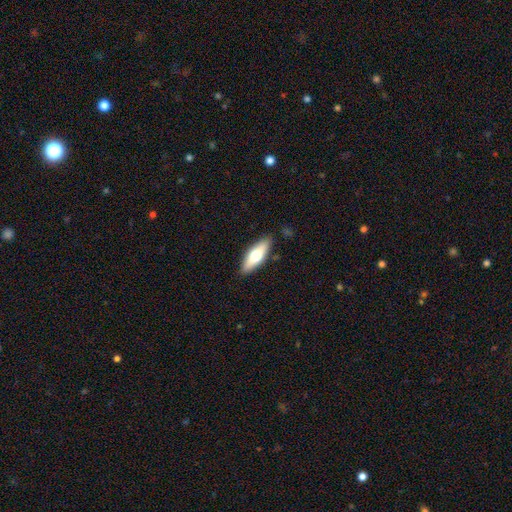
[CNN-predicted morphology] Smooth or featured? smooth (59%)
How rounded? in between (59%)
Merging? none (86%)